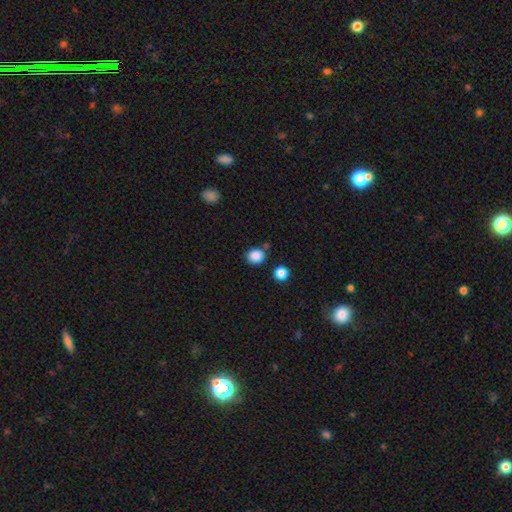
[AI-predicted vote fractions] smooth-or-featured: smooth: 86% | star or artifact: 10% | featured or disk: 4%
  how-rounded: round: 79% | in between: 20% | cigar-shaped: 1%
  merging: none: 77% | minor disturbance: 12% | merger: 8% | major disturbance: 3%